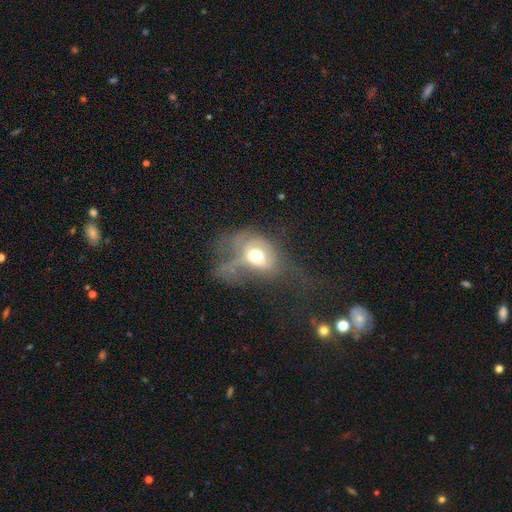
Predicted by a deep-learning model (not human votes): smooth-or-featured: smooth: 52% | featured or disk: 37% | star or artifact: 11%
  how-rounded: in between: 64% | round: 34% | cigar-shaped: 2%
  merging: major disturbance: 61% | minor disturbance: 15% | none: 14% | merger: 10%